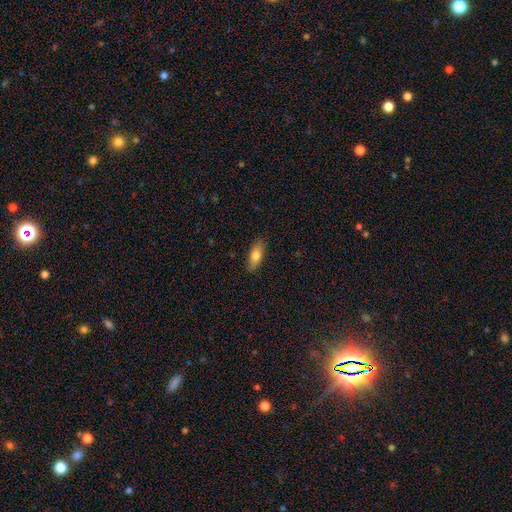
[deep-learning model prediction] Q: Smooth or featured?
A: smooth (77%); runner-up: featured or disk (16%)
Q: How rounded?
A: in between (71%); runner-up: cigar-shaped (26%)
Q: Merging?
A: none (86%); runner-up: minor disturbance (11%)